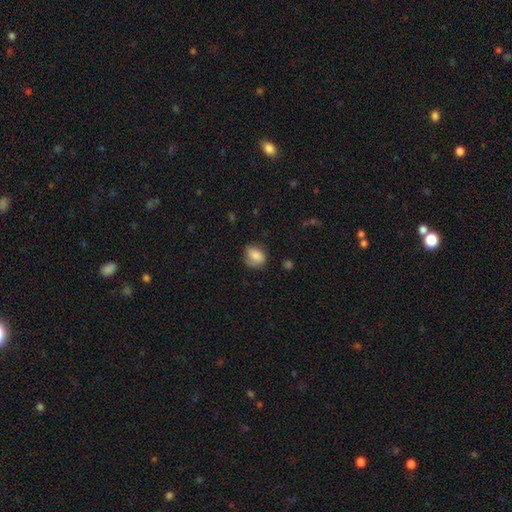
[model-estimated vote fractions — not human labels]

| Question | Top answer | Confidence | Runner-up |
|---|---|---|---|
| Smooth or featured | smooth | 80% | featured or disk (12%) |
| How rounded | in between | 58% | round (40%) |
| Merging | none | 62% | minor disturbance (28%) |